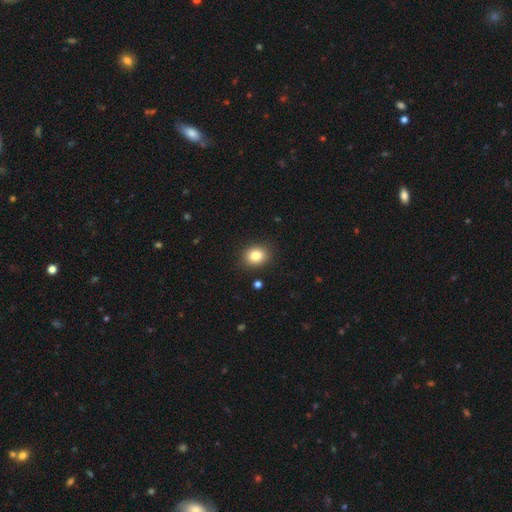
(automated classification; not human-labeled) smooth_or_featured: smooth (p=0.83) [alt: star or artifact p=0.10]
how_rounded: round (p=0.65) [alt: in between p=0.34]
merging: none (p=0.89) [alt: minor disturbance p=0.08]